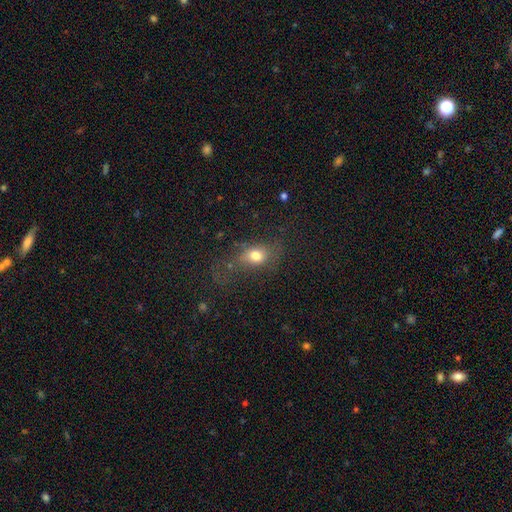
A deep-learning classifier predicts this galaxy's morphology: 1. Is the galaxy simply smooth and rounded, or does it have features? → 72% smooth, 14% star or artifact, 14% featured or disk.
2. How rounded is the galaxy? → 62% in between, 34% round, 4% cigar-shaped.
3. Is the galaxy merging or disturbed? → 48% none, 25% major disturbance, 21% minor disturbance, 6% merger.